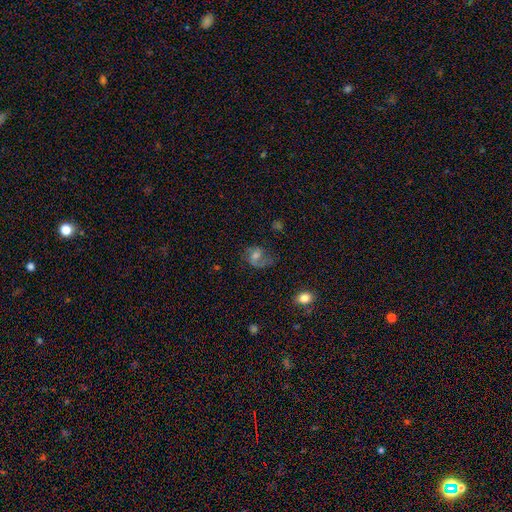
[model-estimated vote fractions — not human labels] This is likely a featured or disk galaxy (68%). It is clearly not viewed edge-on (97%). Bar: possibly no (49%). Spiral arm pattern: clearly yes (90%). Spiral arm count: likely 2 (64%). Spiral winding: possibly medium (45%). Central bulge: possibly moderate (47%). Merging: possibly none (57%).